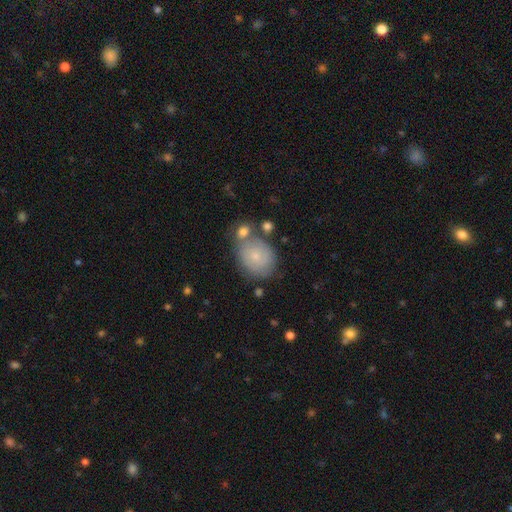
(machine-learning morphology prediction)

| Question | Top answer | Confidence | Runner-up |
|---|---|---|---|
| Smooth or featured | smooth | 63% | featured or disk (28%) |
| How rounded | round | 53% | in between (46%) |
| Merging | none | 58% | minor disturbance (19%) |